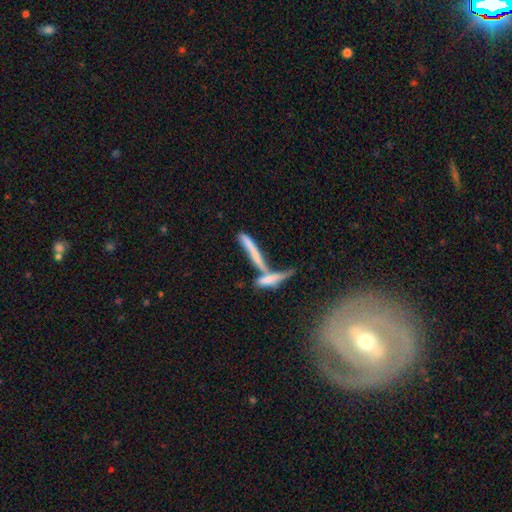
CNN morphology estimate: Overall: smooth (54%; featured or disk 37%). How rounded: cigar-shaped (88%). Merging: merger (51%; none 29%).